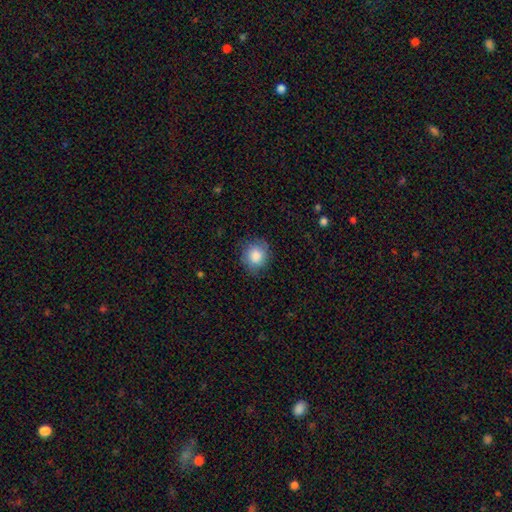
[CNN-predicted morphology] Smooth or featured?
  - smooth: 84% *
  - featured or disk: 8%
  - star or artifact: 7%
How rounded?
  - round: 78% *
  - in between: 21%
  - cigar-shaped: 1%
Merging?
  - none: 79% *
  - minor disturbance: 16%
  - major disturbance: 4%
  - merger: 1%